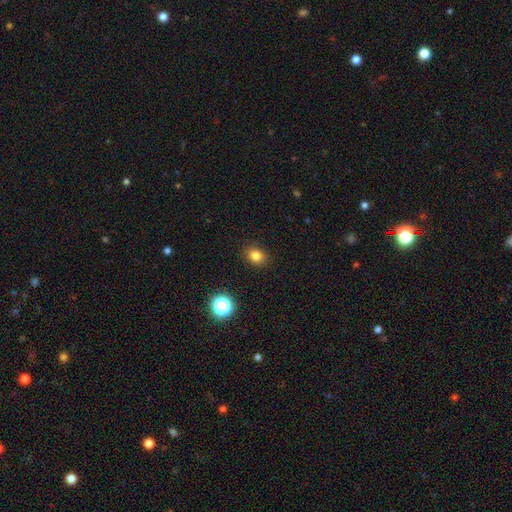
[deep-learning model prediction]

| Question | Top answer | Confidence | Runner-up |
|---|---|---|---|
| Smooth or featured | smooth | 80% | star or artifact (14%) |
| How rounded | round | 60% | in between (39%) |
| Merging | none | 89% | minor disturbance (8%) |